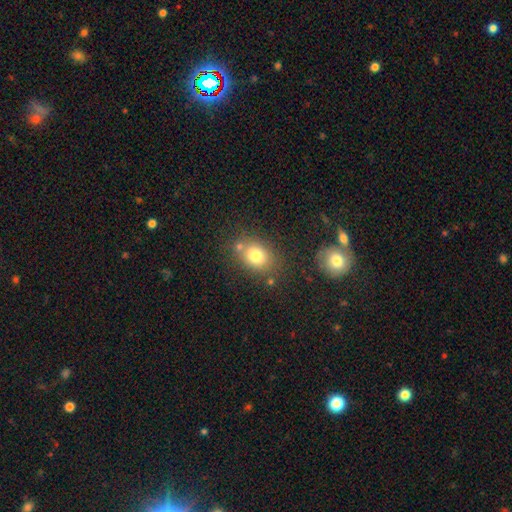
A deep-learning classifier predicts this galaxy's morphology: Smooth or featured?
  - smooth: 77% *
  - star or artifact: 12%
  - featured or disk: 11%
How rounded?
  - in between: 54% *
  - round: 45%
  - cigar-shaped: 1%
Merging?
  - none: 70% *
  - minor disturbance: 14%
  - merger: 12%
  - major disturbance: 5%